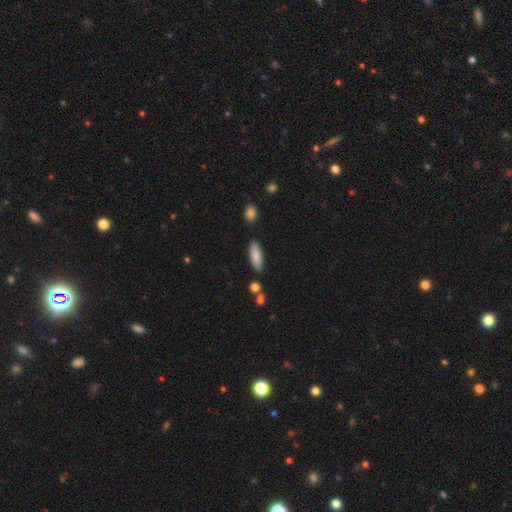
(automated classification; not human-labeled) Smooth or featured: smooth — 86% (featured or disk — 8%)
How rounded: in between — 63% (cigar-shaped — 36%)
Merging: none — 83% (minor disturbance — 11%)